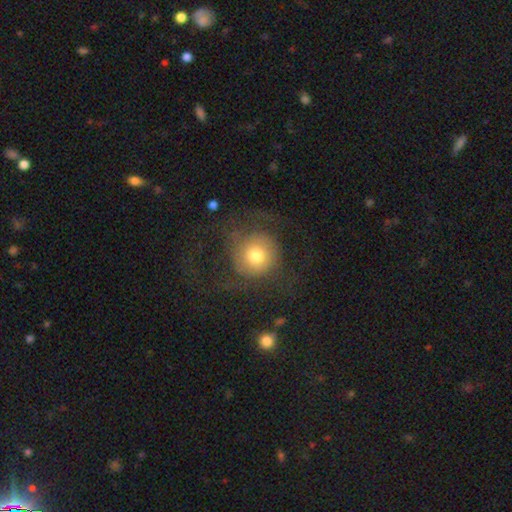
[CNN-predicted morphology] A smooth galaxy with no disk features (62%) that is round (91%). Merging: none (54%).